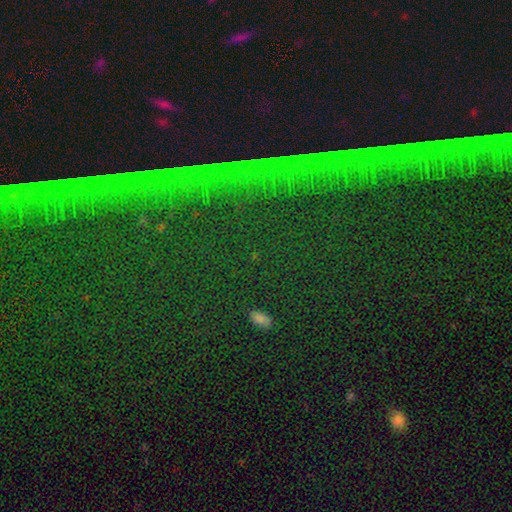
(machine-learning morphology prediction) This appears to be a star or artifact, not a galaxy (77%).